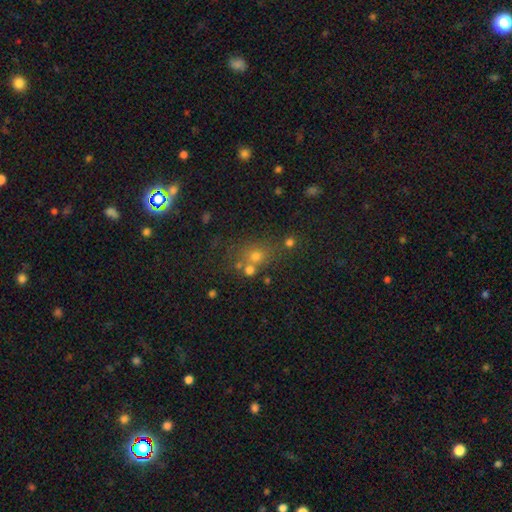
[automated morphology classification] Smooth or featured? smooth (63%)
How rounded? round (69%)
Merging? none (54%)